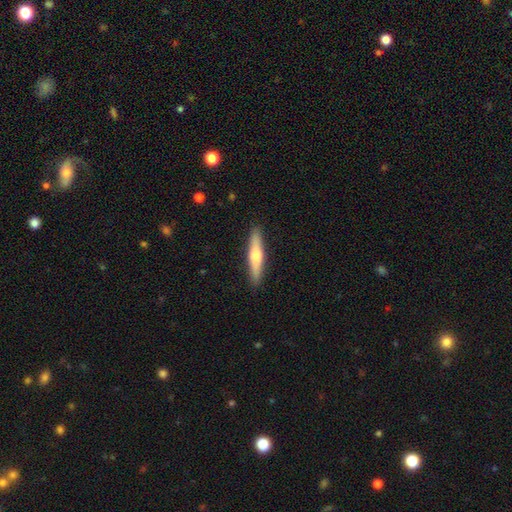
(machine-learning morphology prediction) Overall: smooth (50%; featured or disk 44%). How rounded: cigar-shaped (88%). Merging: none (90%).